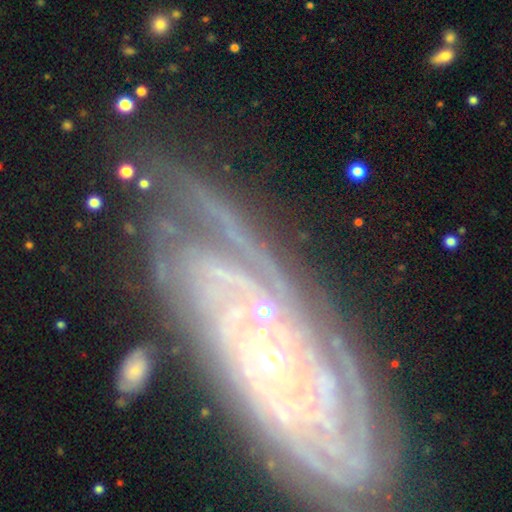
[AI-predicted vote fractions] Q: Smooth or featured?
A: featured or disk (83%); runner-up: star or artifact (10%)
Q: Edge-on disk?
A: no (89%); runner-up: yes (11%)
Q: Bar?
A: no (69%); runner-up: weak (20%)
Q: Spiral arms?
A: yes (94%); runner-up: no (6%)
Q: Spiral winding?
A: tight (76%); runner-up: medium (19%)
Q: Spiral arm count?
A: can't tell (31%); runner-up: 2 (20%)
Q: Bulge size?
A: small (54%); runner-up: moderate (39%)
Q: Merging?
A: none (71%); runner-up: minor disturbance (17%)